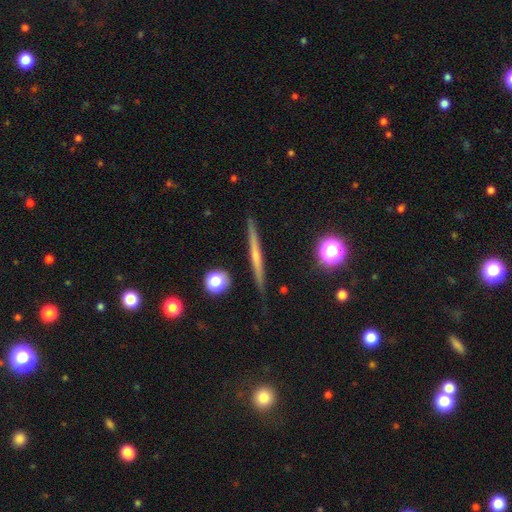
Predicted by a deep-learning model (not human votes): featured or disk 61%, smooth 31%, star or artifact 9%. Down the decision tree: edge-on disk — yes (97%); edge-on bulge — none (57%); merging — none (89%).